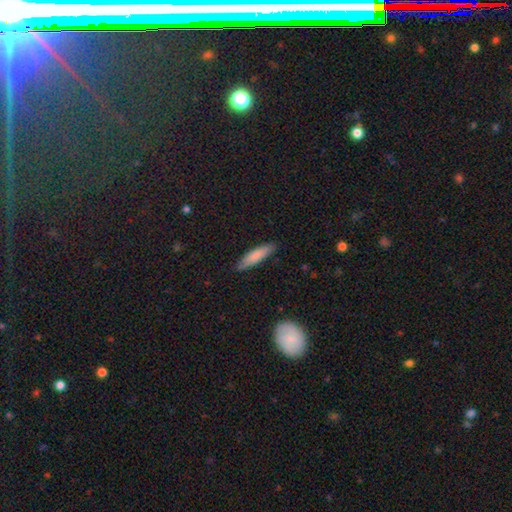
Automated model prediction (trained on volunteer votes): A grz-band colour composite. It shows a smooth galaxy with no disk features (80%) that is cigar-shaped (76%). Merging: none (87%).